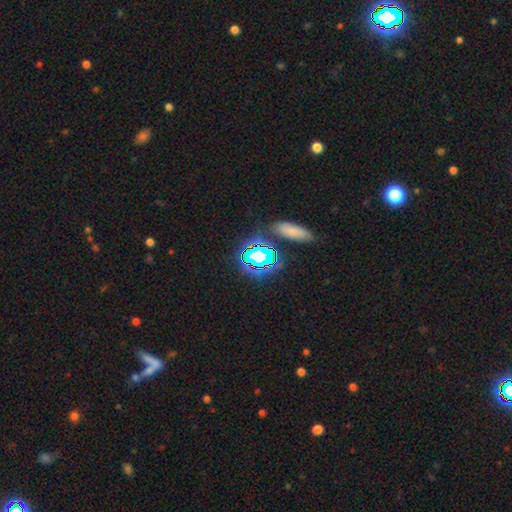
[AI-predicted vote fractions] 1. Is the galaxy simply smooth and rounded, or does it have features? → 59% star or artifact, 28% smooth, 13% featured or disk.